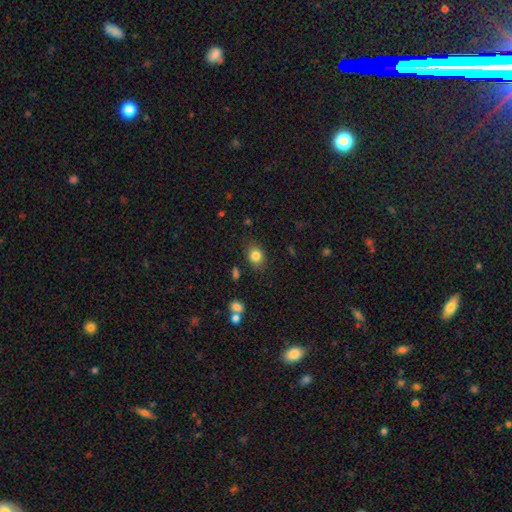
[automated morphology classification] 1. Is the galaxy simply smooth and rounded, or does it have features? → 83% smooth, 10% star or artifact, 7% featured or disk.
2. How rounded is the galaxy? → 51% round, 48% in between, 1% cigar-shaped.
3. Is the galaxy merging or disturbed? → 82% none, 12% minor disturbance, 3% major disturbance, 2% merger.